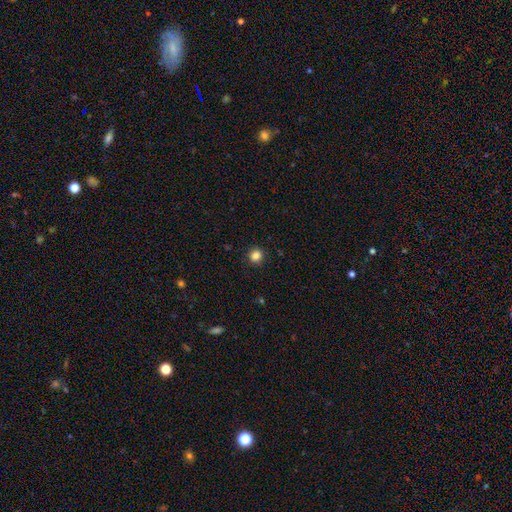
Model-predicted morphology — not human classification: This is clearly a smooth galaxy (85%). How rounded: clearly round (90%). Merging: clearly none (91%).